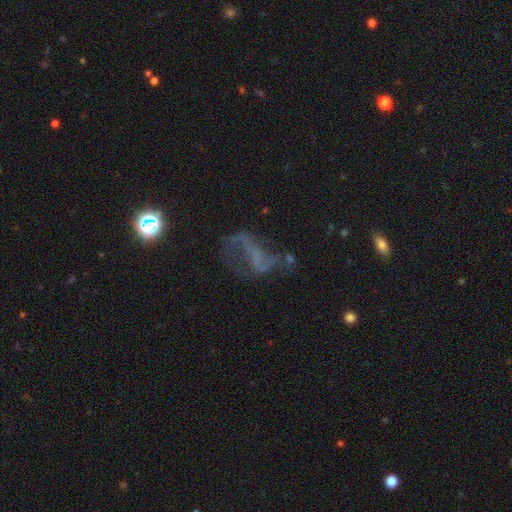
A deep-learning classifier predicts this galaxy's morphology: smooth-or-featured: featured or disk: 55% | star or artifact: 24% | smooth: 21%
  disk-edge-on: no: 94% | yes: 6%
    bar: no: 54% | weak: 26% | strong: 20%
    has-spiral-arms: no: 54% | yes: 46%
    bulge-size: none: 72% | small: 19% | moderate: 6% | large: 2% | dominant: 1%
  merging: major disturbance: 38% | none: 37% | minor disturbance: 17% | merger: 8%